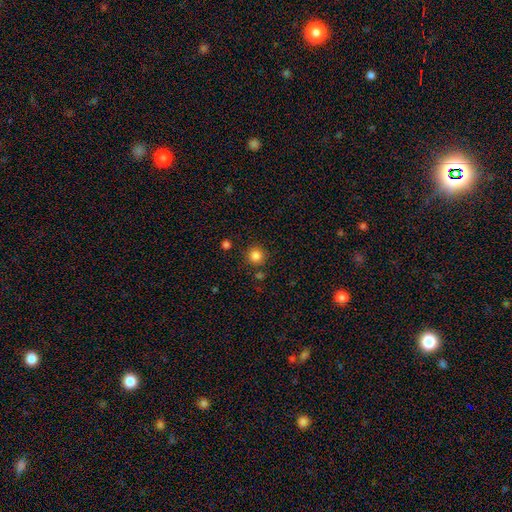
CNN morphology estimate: type=smooth (84%); roundness=round (94%); merging=none (86%).